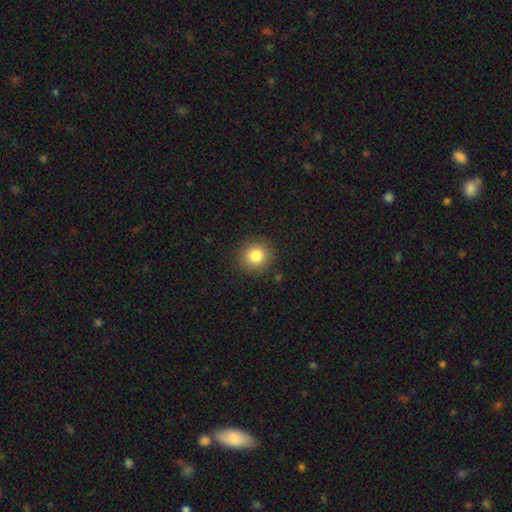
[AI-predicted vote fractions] Q: Smooth or featured?
A: smooth (83%); runner-up: star or artifact (11%)
Q: How rounded?
A: round (89%); runner-up: in between (10%)
Q: Merging?
A: none (90%); runner-up: minor disturbance (7%)